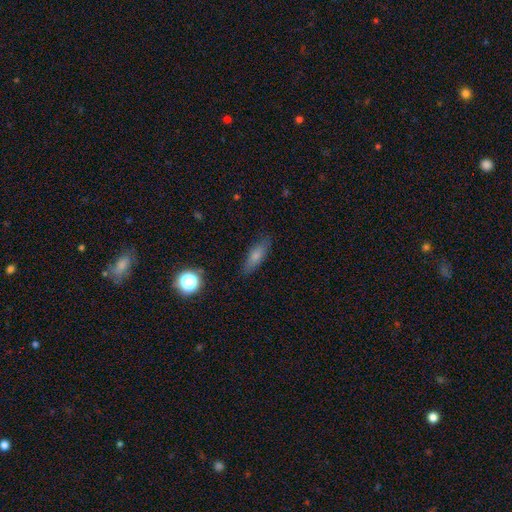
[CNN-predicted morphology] Smooth or featured?
  - smooth: 72% *
  - featured or disk: 20%
  - star or artifact: 9%
How rounded?
  - cigar-shaped: 51% *
  - in between: 46%
  - round: 3%
Merging?
  - none: 84% *
  - minor disturbance: 12%
  - major disturbance: 3%
  - merger: 1%